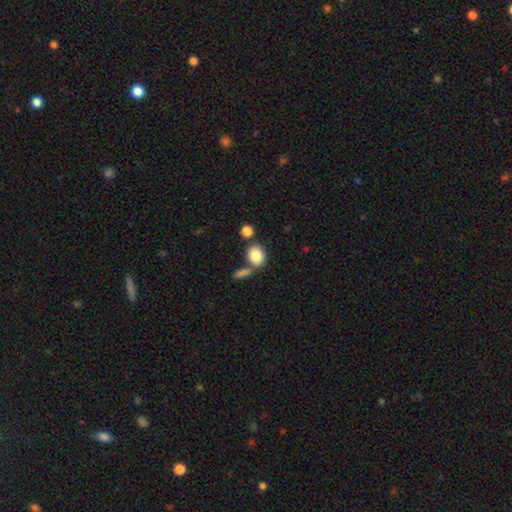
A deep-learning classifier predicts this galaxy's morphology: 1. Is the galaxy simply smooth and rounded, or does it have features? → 84% smooth, 8% star or artifact, 8% featured or disk.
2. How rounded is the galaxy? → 52% in between, 46% round, 2% cigar-shaped.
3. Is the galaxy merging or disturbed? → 60% none, 25% merger, 12% minor disturbance, 4% major disturbance.